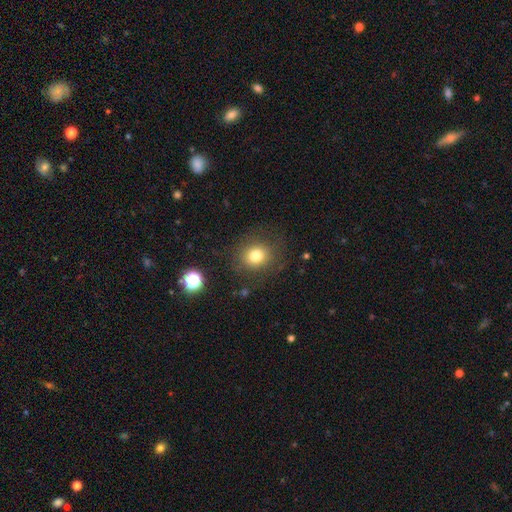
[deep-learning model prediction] Smooth or featured?
  - smooth: 78% *
  - star or artifact: 13%
  - featured or disk: 9%
How rounded?
  - round: 77% *
  - in between: 22%
  - cigar-shaped: 1%
Merging?
  - none: 83% *
  - minor disturbance: 10%
  - major disturbance: 5%
  - merger: 2%